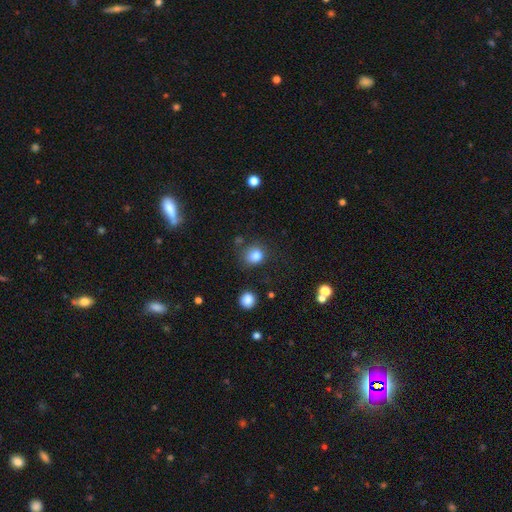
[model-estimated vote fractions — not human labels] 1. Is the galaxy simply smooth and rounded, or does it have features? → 83% smooth, 12% star or artifact, 5% featured or disk.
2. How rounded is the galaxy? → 78% round, 22% in between, 1% cigar-shaped.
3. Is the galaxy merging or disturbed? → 73% none, 16% minor disturbance, 6% major disturbance, 5% merger.